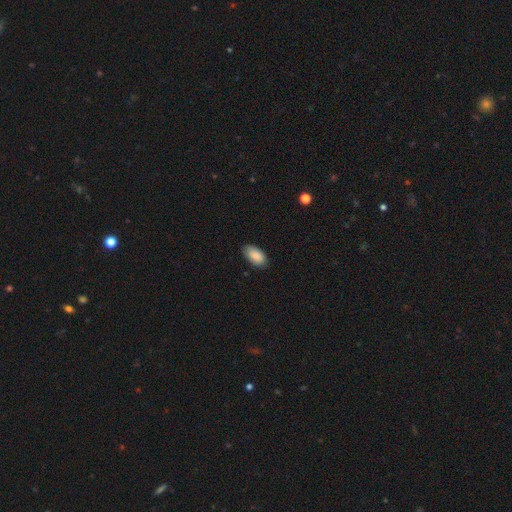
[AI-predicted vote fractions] Smooth or featured: smooth — 89% (star or artifact — 6%)
How rounded: in between — 95% (cigar-shaped — 3%)
Merging: none — 84% (minor disturbance — 13%)